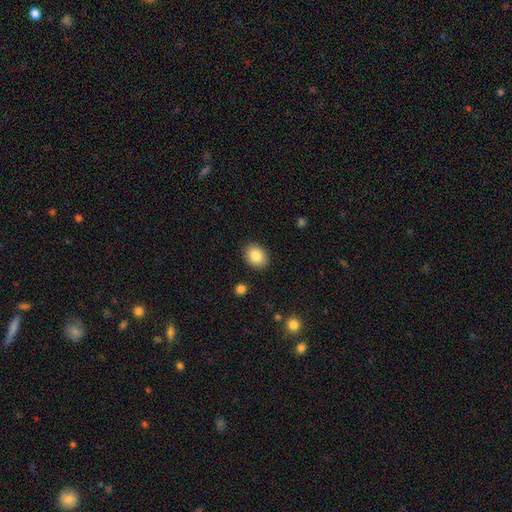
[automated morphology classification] Overall: smooth (85%). How rounded: in between (62%; round 37%). Merging: none (89%).